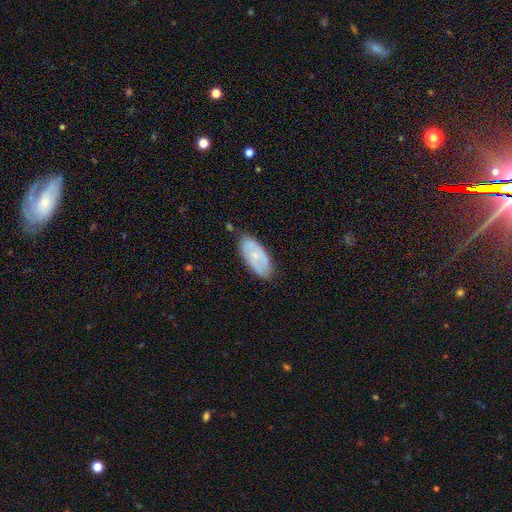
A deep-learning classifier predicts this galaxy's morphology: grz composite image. It shows a smooth galaxy with no disk features (48%). Merging: none (74%).